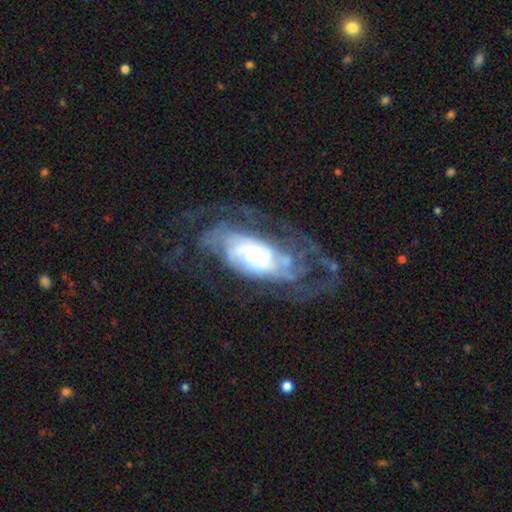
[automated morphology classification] Smooth or featured? featured or disk (83%)
Edge-on disk? no (93%)
Bar? no (71%)
Spiral arms? yes (86%)
Spiral winding? tight (39%)
Spiral arm count? can't tell (37%)
Bulge size? moderate (57%)
Merging? none (46%)